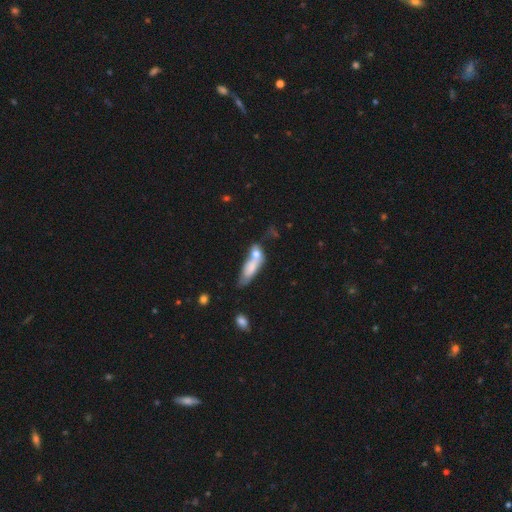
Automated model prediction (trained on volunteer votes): Morphology: type=smooth (67%); roundness=in between (59%); merging=merger (53%).